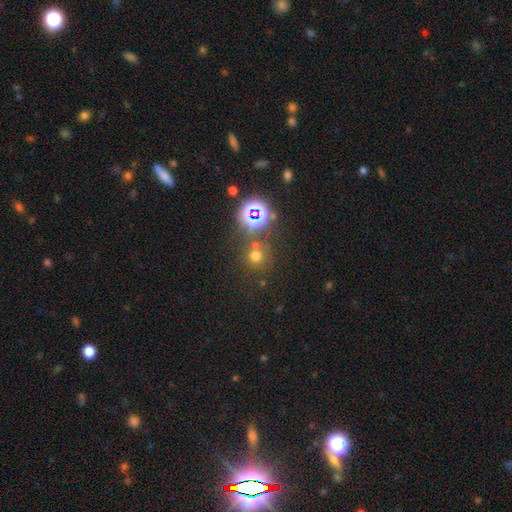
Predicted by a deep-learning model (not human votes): Smooth or featured?
  - smooth: 60% *
  - star or artifact: 31%
  - featured or disk: 9%
How rounded?
  - round: 90% *
  - in between: 9%
  - cigar-shaped: 1%
Merging?
  - none: 65% *
  - merger: 21%
  - minor disturbance: 9%
  - major disturbance: 5%